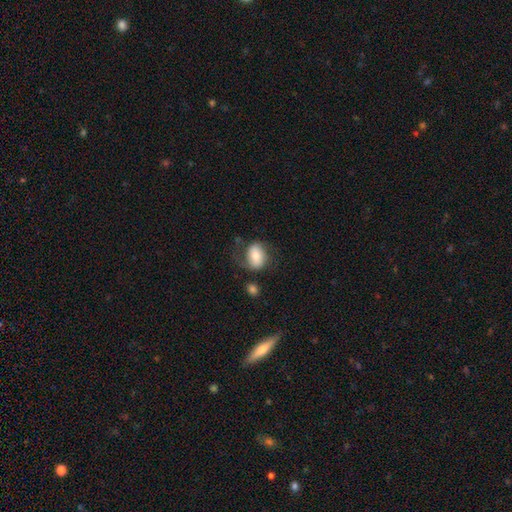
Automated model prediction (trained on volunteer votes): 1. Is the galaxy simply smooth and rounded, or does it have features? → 64% smooth, 28% featured or disk, 7% star or artifact.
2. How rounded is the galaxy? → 68% in between, 30% round, 1% cigar-shaped.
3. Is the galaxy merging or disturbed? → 55% none, 24% minor disturbance, 16% major disturbance, 5% merger.